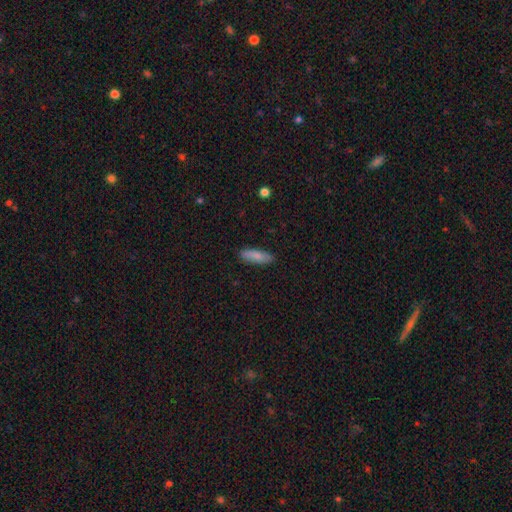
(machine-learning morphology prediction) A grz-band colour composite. It shows a smooth galaxy with no disk features (83%) that is cigar-shaped (50%). Merging: none (87%).